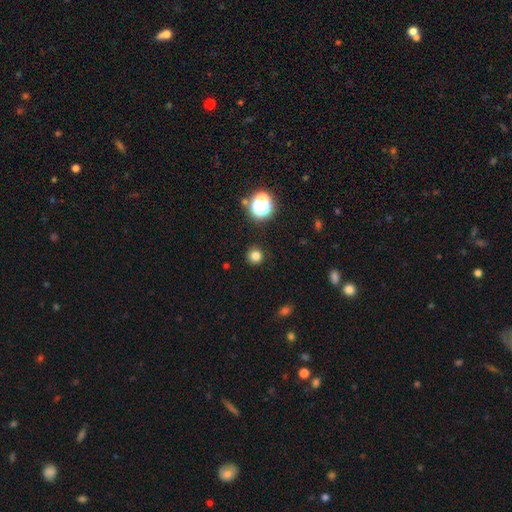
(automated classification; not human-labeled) Overall: smooth (77%). How rounded: round (93%). Merging: none (90%).